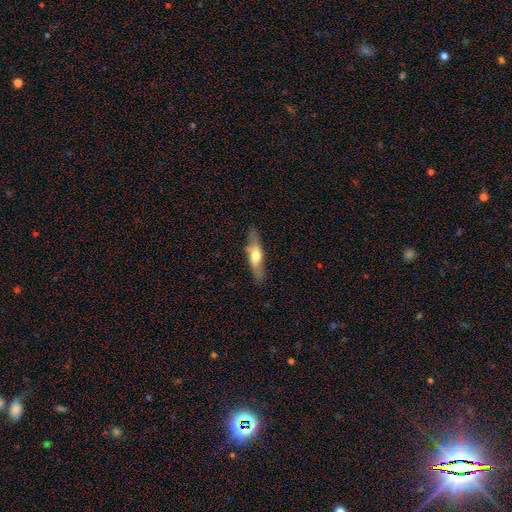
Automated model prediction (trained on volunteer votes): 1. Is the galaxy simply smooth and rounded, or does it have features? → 48% featured or disk, 46% smooth, 6% star or artifact.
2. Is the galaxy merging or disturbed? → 78% none, 16% minor disturbance, 4% major disturbance, 2% merger.